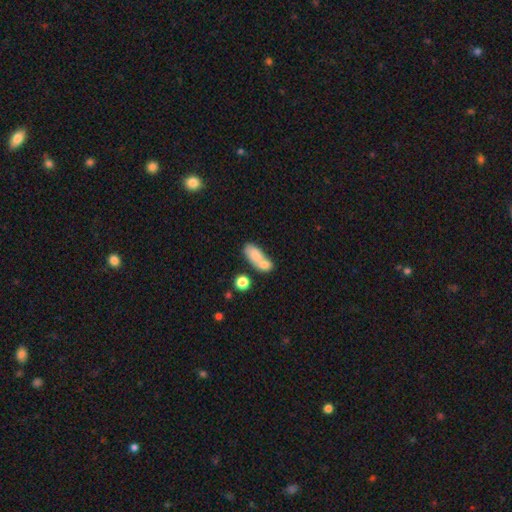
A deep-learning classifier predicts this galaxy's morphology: Smooth or featured?
  - smooth: 75% *
  - featured or disk: 17%
  - star or artifact: 8%
How rounded?
  - in between: 79% *
  - cigar-shaped: 13%
  - round: 8%
Merging?
  - merger: 54% *
  - none: 28%
  - minor disturbance: 11%
  - major disturbance: 6%